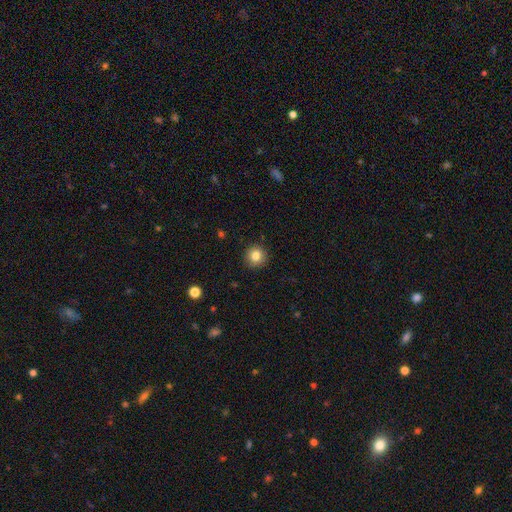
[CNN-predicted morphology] smooth-or-featured: smooth: 82% | star or artifact: 11% | featured or disk: 7%
  how-rounded: round: 94% | in between: 5% | cigar-shaped: 1%
  merging: none: 90% | minor disturbance: 7% | major disturbance: 2% | merger: 1%